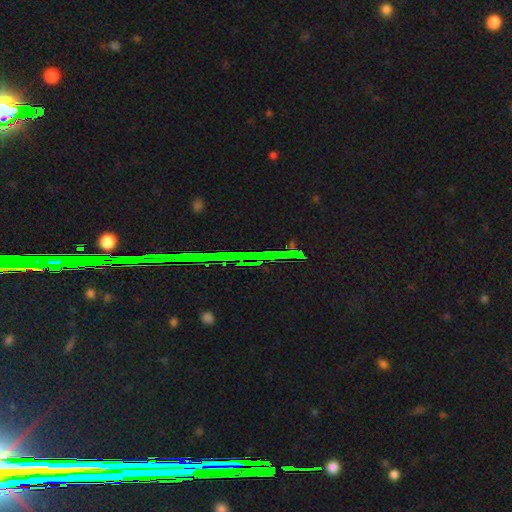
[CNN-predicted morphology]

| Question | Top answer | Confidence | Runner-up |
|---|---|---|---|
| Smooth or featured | star or artifact | 85% | smooth (8%) |